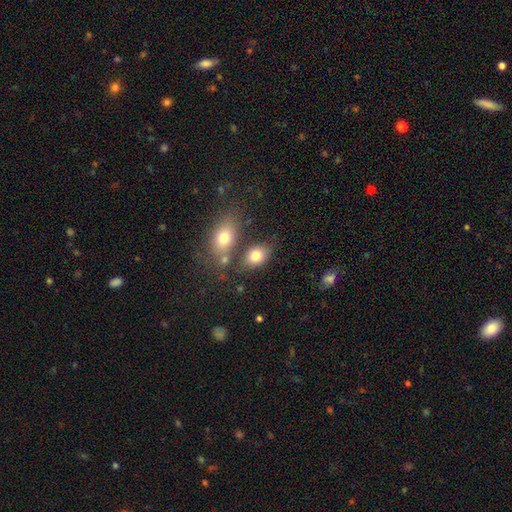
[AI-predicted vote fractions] The model was most divided on "merging": none: 65%, merger: 18%, minor disturbance: 13%, major disturbance: 5%. More confident: smooth or featured — smooth (79%); how rounded — in between (78%).